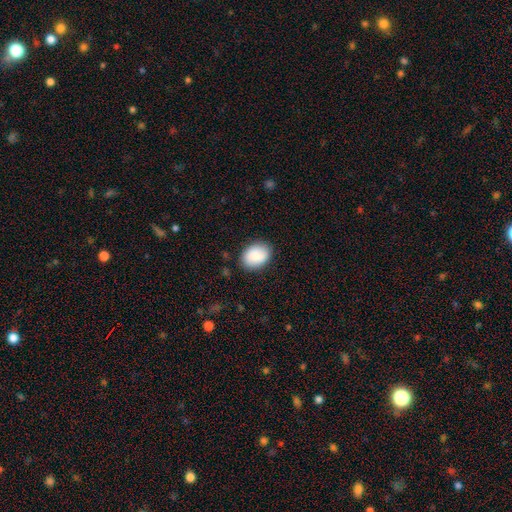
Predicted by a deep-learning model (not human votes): Smooth or featured?
  - smooth: 85% *
  - featured or disk: 8%
  - star or artifact: 7%
How rounded?
  - in between: 71% *
  - round: 28%
  - cigar-shaped: 1%
Merging?
  - none: 84% *
  - minor disturbance: 12%
  - major disturbance: 3%
  - merger: 1%